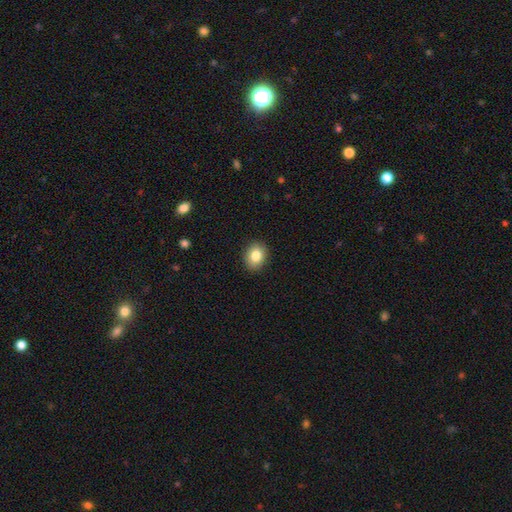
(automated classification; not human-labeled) smooth_or_featured: smooth (p=0.83) [alt: star or artifact p=0.09]
how_rounded: round (p=0.51) [alt: in between p=0.48]
merging: none (p=0.90) [alt: minor disturbance p=0.07]